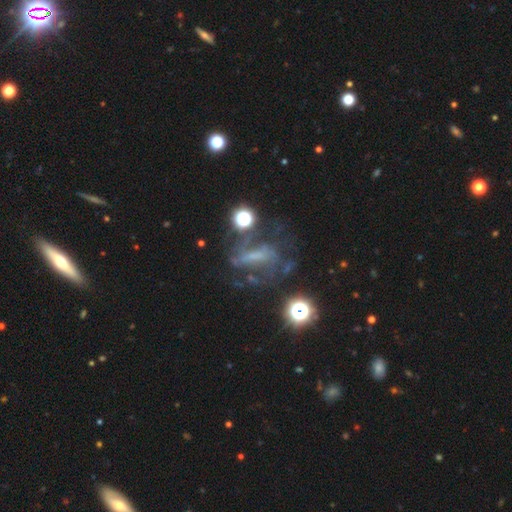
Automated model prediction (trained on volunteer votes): Q: Smooth or featured?
A: featured or disk (56%); runner-up: star or artifact (24%)
Q: Edge-on disk?
A: no (89%); runner-up: yes (11%)
Q: Bar?
A: strong (36%); runner-up: no (32%)
Q: Spiral arms?
A: yes (58%); runner-up: no (42%)
Q: Bulge size?
A: none (45%); runner-up: small (28%)
Q: Merging?
A: none (44%); runner-up: major disturbance (28%)